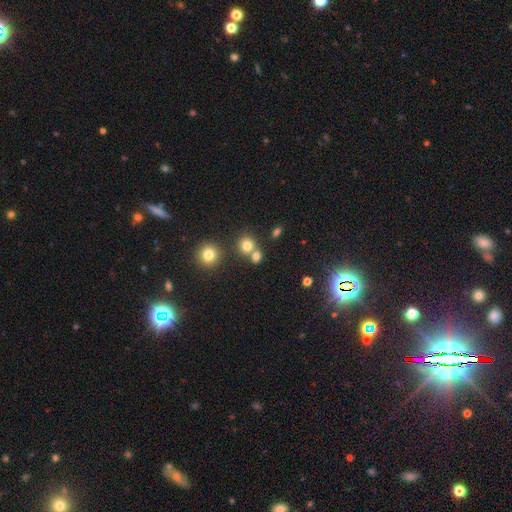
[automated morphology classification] A smooth galaxy with no disk features (75%) that is round (81%).

Vote fractions:
- Smooth or featured? smooth: 75% / star or artifact: 16% / featured or disk: 9%
- How rounded? round: 81% / in between: 18% / cigar-shaped: 1%
- Merging? none: 56% / merger: 33% / minor disturbance: 8% / major disturbance: 3%